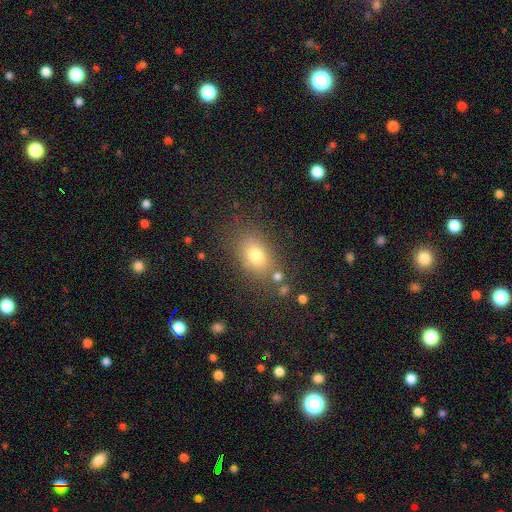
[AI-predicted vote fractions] Overall: smooth (75%). How rounded: in between (77%). Merging: none (75%).